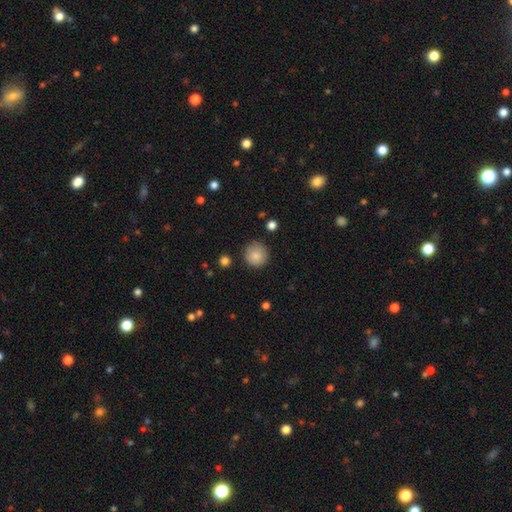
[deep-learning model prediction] This is clearly a smooth galaxy (85%). How rounded: clearly round (94%). Merging: clearly none (85%).